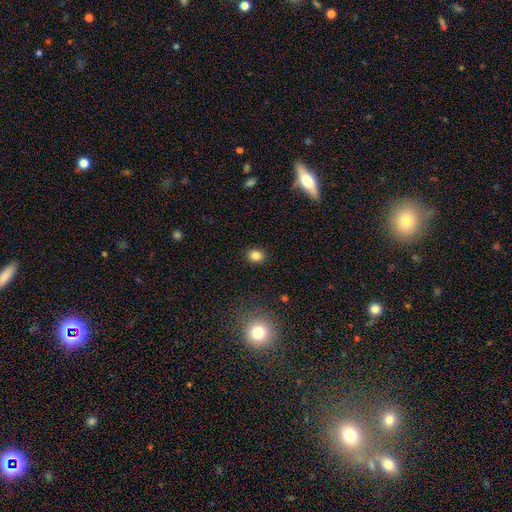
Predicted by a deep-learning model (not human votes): Smooth or featured?
  - smooth: 83% *
  - star or artifact: 12%
  - featured or disk: 5%
How rounded?
  - round: 63% *
  - in between: 36%
  - cigar-shaped: 1%
Merging?
  - none: 89% *
  - minor disturbance: 7%
  - major disturbance: 2%
  - merger: 1%